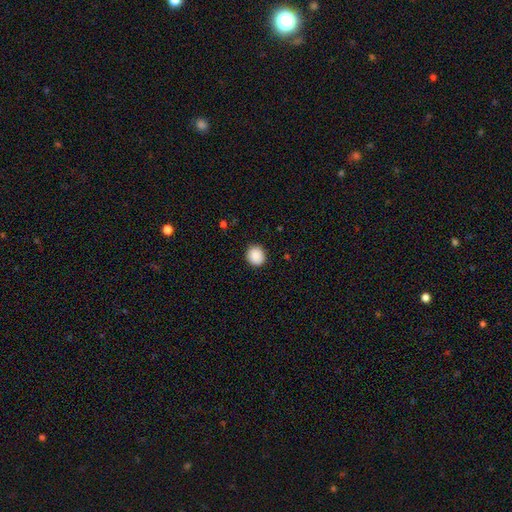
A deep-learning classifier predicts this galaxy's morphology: This appears to be a smooth galaxy with no disk features (89%) that is round (84%). Merging: none (90%).